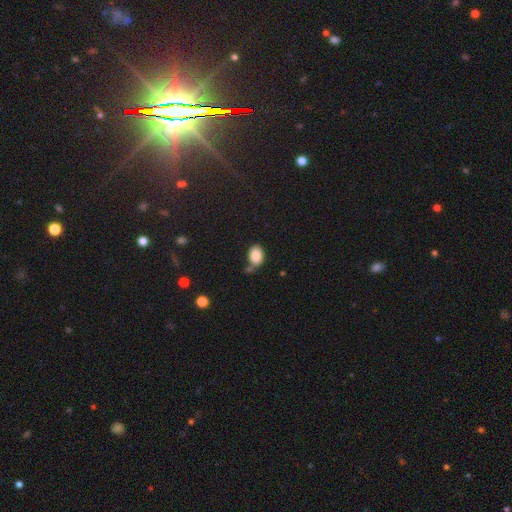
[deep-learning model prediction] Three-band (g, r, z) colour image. It shows a smooth galaxy with no disk features (86%) that is in between round and cigar-shaped (77%). Merging: none (53%).